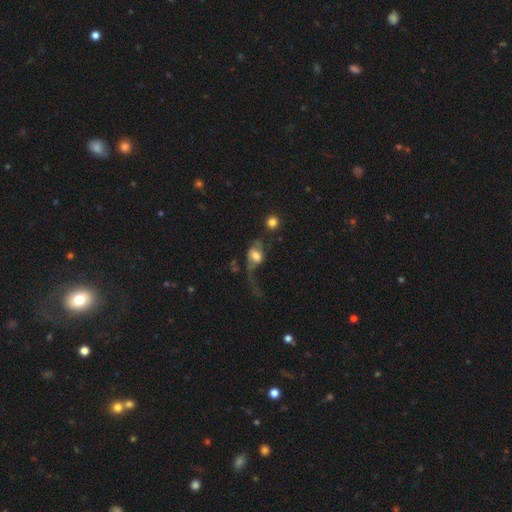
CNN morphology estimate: Smooth or featured?
  - smooth: 49% *
  - featured or disk: 42%
  - star or artifact: 9%
Merging?
  - major disturbance: 60% *
  - none: 19%
  - minor disturbance: 13%
  - merger: 8%